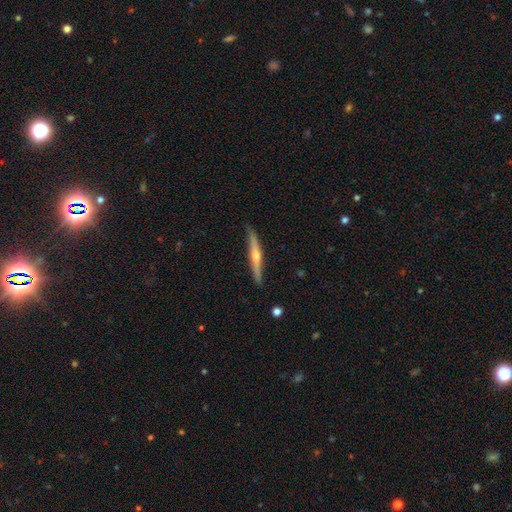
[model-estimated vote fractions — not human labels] This is likely a featured or disk galaxy (65%). It is clearly viewed edge-on (97%). Edge-on bulge: clearly rounded (81%). Merging: clearly none (88%).